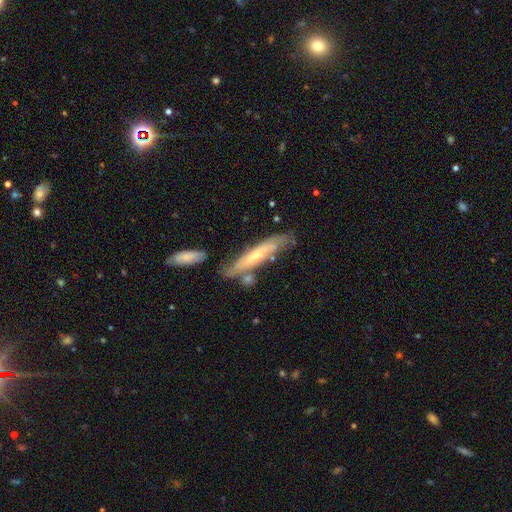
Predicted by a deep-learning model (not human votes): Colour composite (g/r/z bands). It shows a featured or disk galaxy (54%) viewed edge-on (63%). Merging: none (64%).